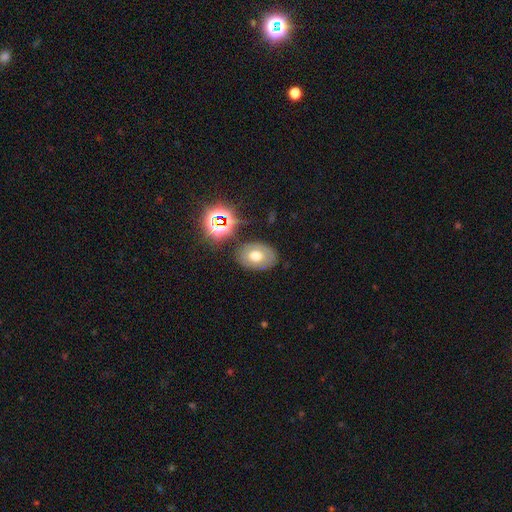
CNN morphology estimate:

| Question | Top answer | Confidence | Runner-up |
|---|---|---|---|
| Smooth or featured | smooth | 56% | featured or disk (28%) |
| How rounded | in between | 77% | round (22%) |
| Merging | none | 79% | minor disturbance (13%) |